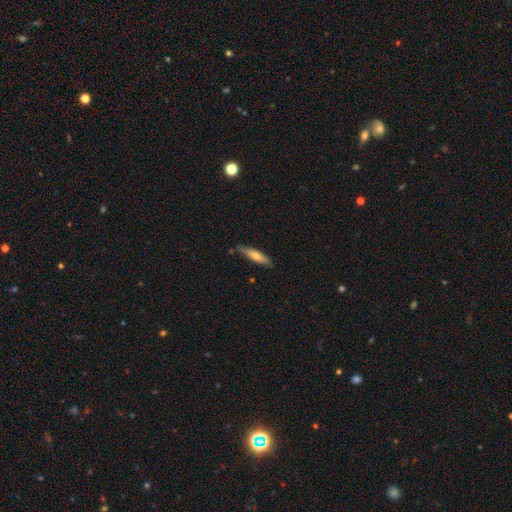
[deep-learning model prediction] Q: Smooth or featured?
A: smooth (63%); runner-up: featured or disk (31%)
Q: How rounded?
A: cigar-shaped (80%); runner-up: in between (18%)
Q: Merging?
A: none (83%); runner-up: minor disturbance (13%)